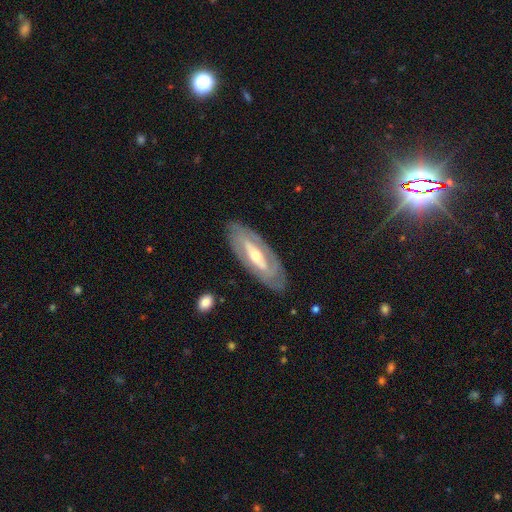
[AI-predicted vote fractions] A featured or disk galaxy (74%) with no bar (42%), spiral arms (50%, tied with no) and a moderate central bulge (62%). Merging: none (82%).